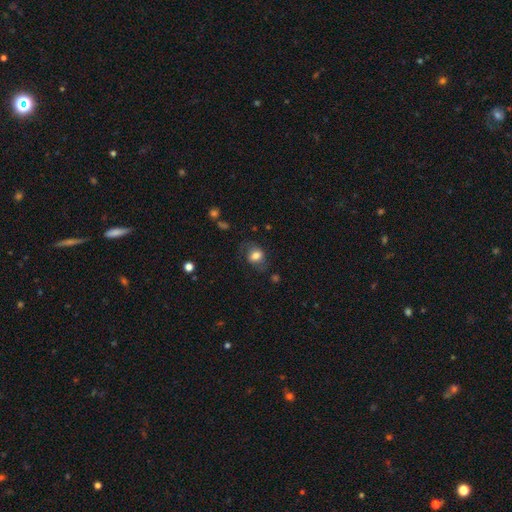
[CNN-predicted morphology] smooth_or_featured: smooth (p=0.72) [alt: featured or disk p=0.19]
how_rounded: in between (p=0.52) [alt: round p=0.47]
merging: none (p=0.63) [alt: minor disturbance p=0.22]